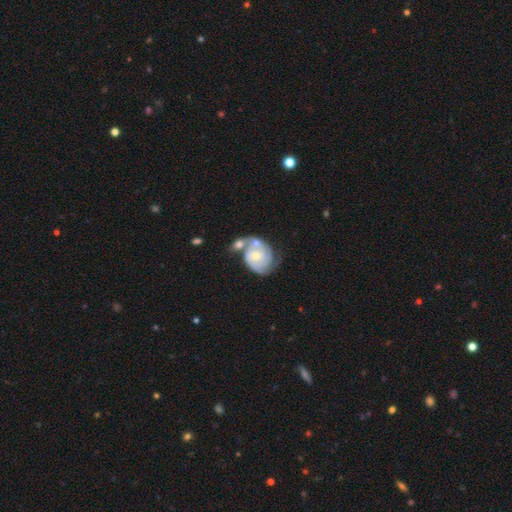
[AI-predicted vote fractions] Smooth or featured?
  - featured or disk: 76% *
  - smooth: 18%
  - star or artifact: 5%
Edge-on disk?
  - no: 98% *
  - yes: 2%
Bar?
  - no: 76% *
  - weak: 21%
  - strong: 4%
Spiral arms?
  - yes: 89% *
  - no: 11%
Spiral winding?
  - tight: 49% *
  - medium: 36%
  - loose: 15%
Spiral arm count?
  - 2: 55% *
  - can't tell: 21%
  - 3: 13%
  - 1: 5%
  - 4: 3%
  - more than 4: 3%
Bulge size?
  - small: 55% *
  - moderate: 41%
  - large: 2%
  - none: 2%
  - dominant: 1%
Merging?
  - merger: 40% *
  - none: 31%
  - minor disturbance: 17%
  - major disturbance: 12%